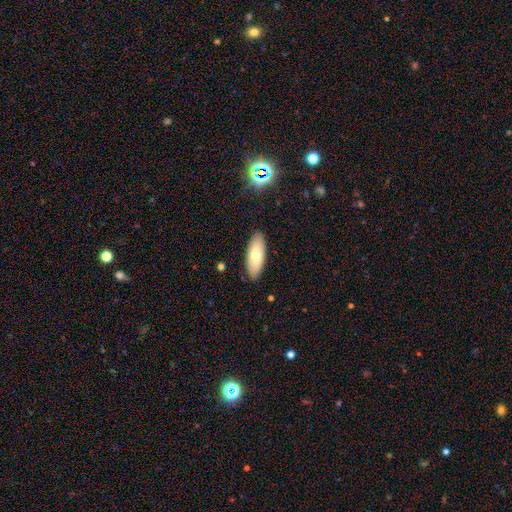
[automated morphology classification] Q: Smooth or featured?
A: smooth (70%); runner-up: featured or disk (24%)
Q: How rounded?
A: in between (77%); runner-up: cigar-shaped (21%)
Q: Merging?
A: none (89%); runner-up: minor disturbance (9%)